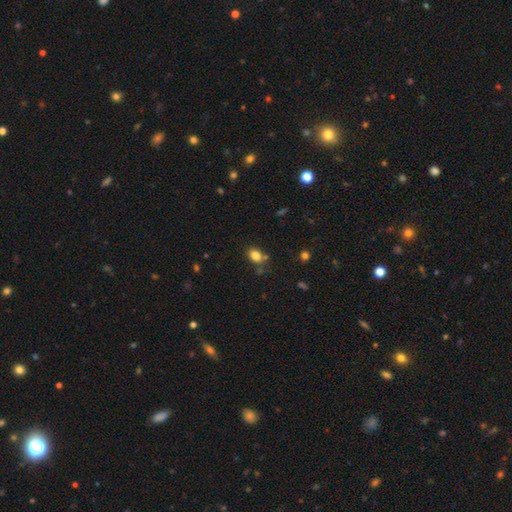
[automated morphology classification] type=smooth (82%); roundness=in between (66%); merging=none (67%).